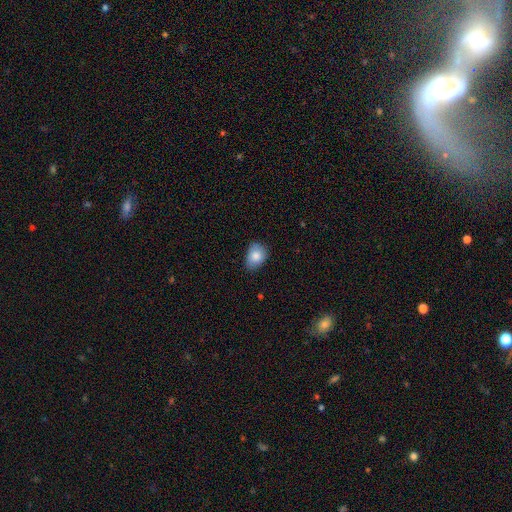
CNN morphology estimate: A smooth galaxy with no disk features (84%) that is in between round and cigar-shaped (67%).

Vote fractions:
- Smooth or featured? smooth: 84% / featured or disk: 9% / star or artifact: 8%
- How rounded? in between: 67% / round: 32% / cigar-shaped: 1%
- Merging? none: 64% / minor disturbance: 30% / major disturbance: 5% / merger: 1%